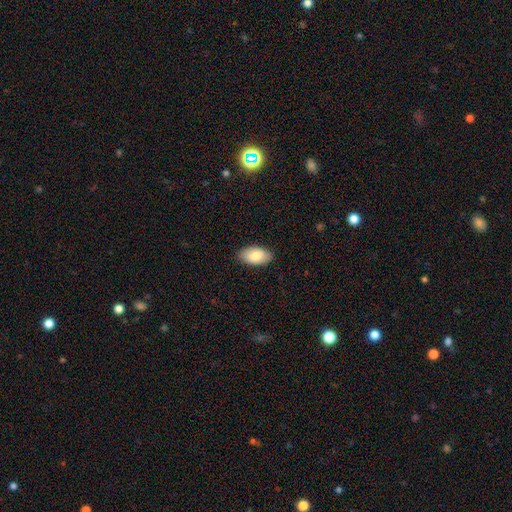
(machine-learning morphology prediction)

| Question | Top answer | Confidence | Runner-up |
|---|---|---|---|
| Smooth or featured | smooth | 85% | featured or disk (9%) |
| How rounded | in between | 95% | round (2%) |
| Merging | none | 87% | minor disturbance (10%) |